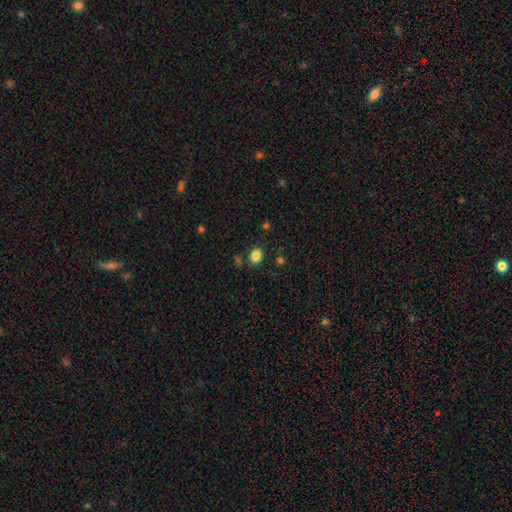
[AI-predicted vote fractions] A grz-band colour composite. It shows a smooth galaxy with no disk features (84%) that is round (51%). Merging: none (81%).